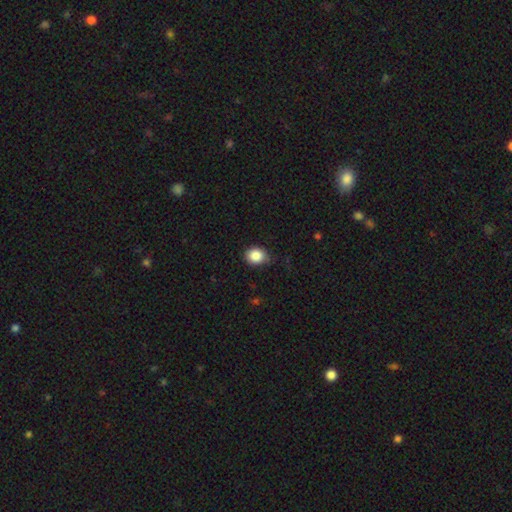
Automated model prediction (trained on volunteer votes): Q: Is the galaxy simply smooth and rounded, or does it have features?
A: smooth — 86%.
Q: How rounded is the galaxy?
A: round — 64%.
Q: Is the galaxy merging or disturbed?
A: none — 73%.